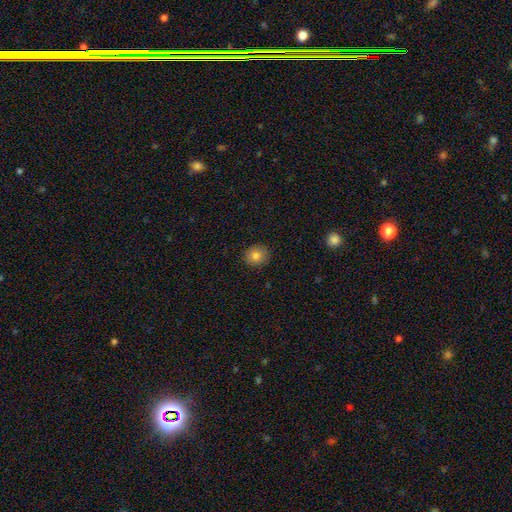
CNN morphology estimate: Smooth or featured?
  - smooth: 81% *
  - star or artifact: 10%
  - featured or disk: 8%
How rounded?
  - round: 81% *
  - in between: 18%
  - cigar-shaped: 1%
Merging?
  - none: 89% *
  - minor disturbance: 8%
  - major disturbance: 2%
  - merger: 1%